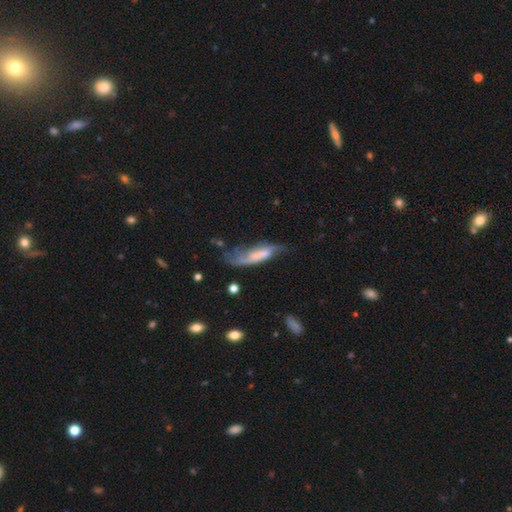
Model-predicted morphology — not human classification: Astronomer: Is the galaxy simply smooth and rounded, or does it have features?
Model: featured or disk — 47% (runner-up: smooth, 43%).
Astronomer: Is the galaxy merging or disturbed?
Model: none — 34% (runner-up: major disturbance, 32%).